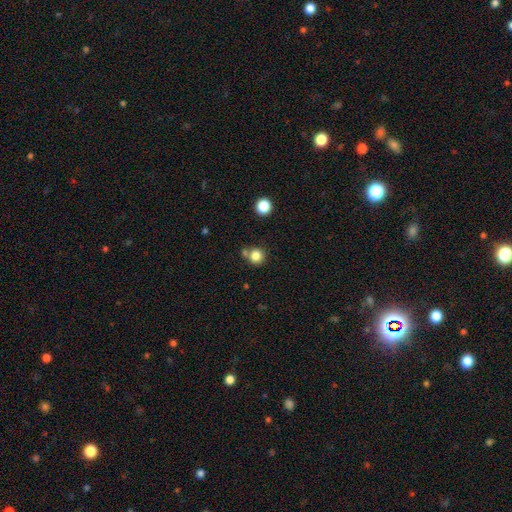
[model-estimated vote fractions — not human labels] A smooth galaxy with no disk features (82%) that is round (90%).

Vote fractions:
- Smooth or featured? smooth: 82% / star or artifact: 12% / featured or disk: 6%
- How rounded? round: 90% / in between: 9% / cigar-shaped: 1%
- Merging? none: 65% / merger: 21% / minor disturbance: 10% / major disturbance: 4%